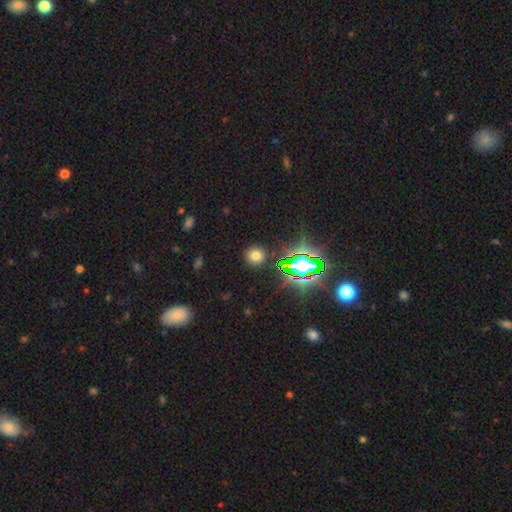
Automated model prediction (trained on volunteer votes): Smooth or featured: smooth — 69% (star or artifact — 24%)
How rounded: round — 90% (in between — 9%)
Merging: none — 89% (minor disturbance — 7%)